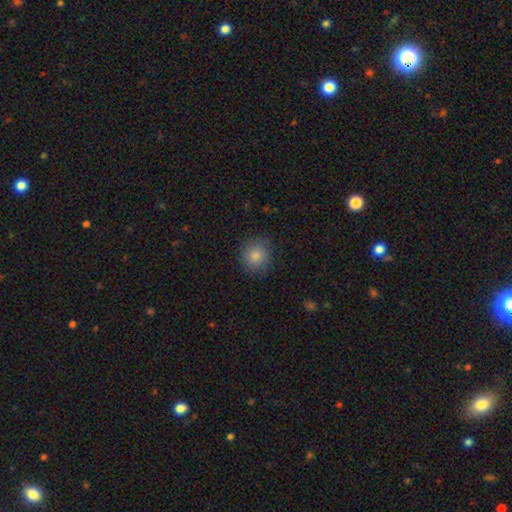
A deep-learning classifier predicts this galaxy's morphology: This is clearly a smooth galaxy (85%). How rounded: clearly round (88%). Merging: clearly none (83%).